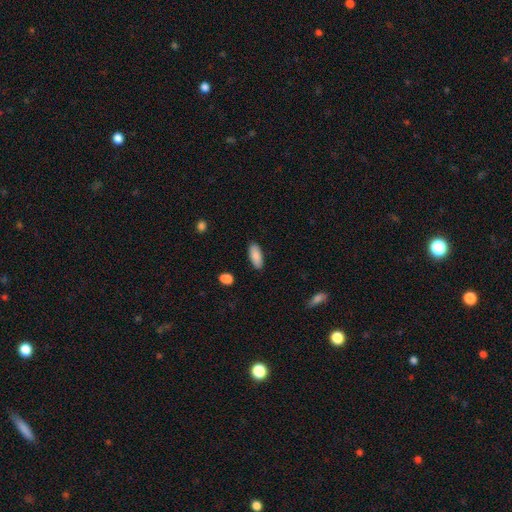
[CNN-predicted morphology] smooth_or_featured: smooth (p=0.89) [alt: star or artifact p=0.06]
how_rounded: in between (p=0.80) [alt: cigar-shaped p=0.18]
merging: none (p=0.88) [alt: minor disturbance p=0.09]